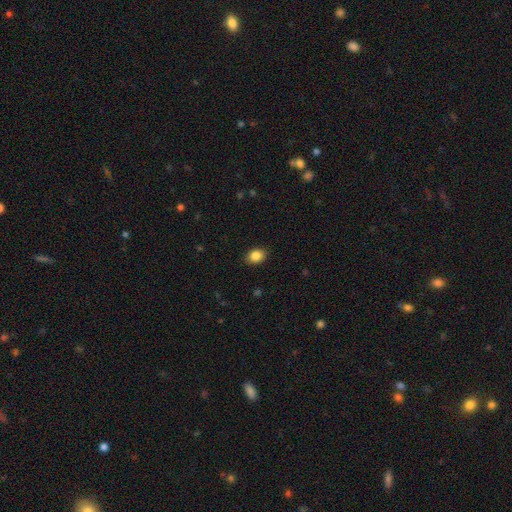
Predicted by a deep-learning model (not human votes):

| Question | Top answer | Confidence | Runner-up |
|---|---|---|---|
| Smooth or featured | smooth | 86% | star or artifact (9%) |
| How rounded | in between | 61% | round (38%) |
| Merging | none | 89% | minor disturbance (8%) |